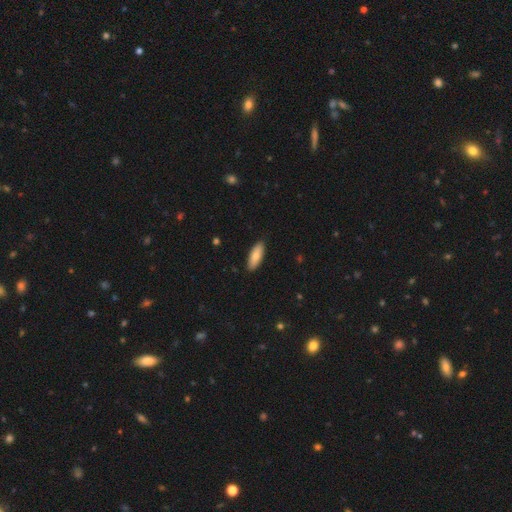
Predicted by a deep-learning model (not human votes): The model was most divided on "how rounded": in between: 69%, cigar-shaped: 29%, round: 2%. More confident: merging — none (88%); smooth or featured — smooth (79%).